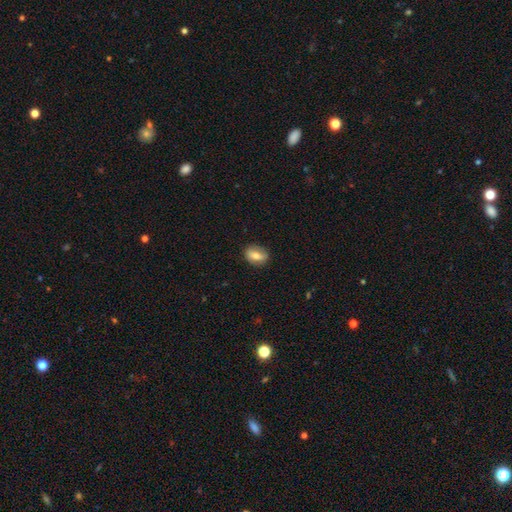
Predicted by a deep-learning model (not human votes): Overall: smooth (64%; featured or disk 28%). How rounded: in between (70%). Merging: none (83%).